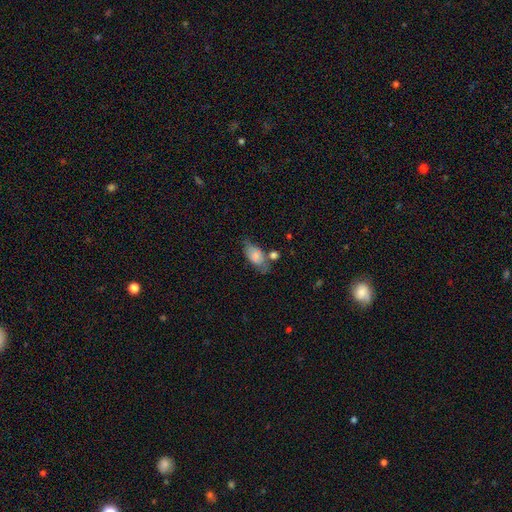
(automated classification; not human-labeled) This is likely a smooth galaxy (72%). How rounded: clearly in between (90%). Merging: possibly none (51%).